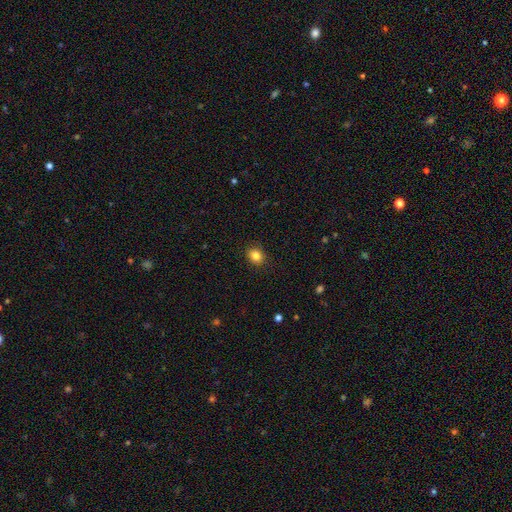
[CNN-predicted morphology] Overall: smooth (84%). How rounded: round (57%; in between 42%). Merging: none (90%).